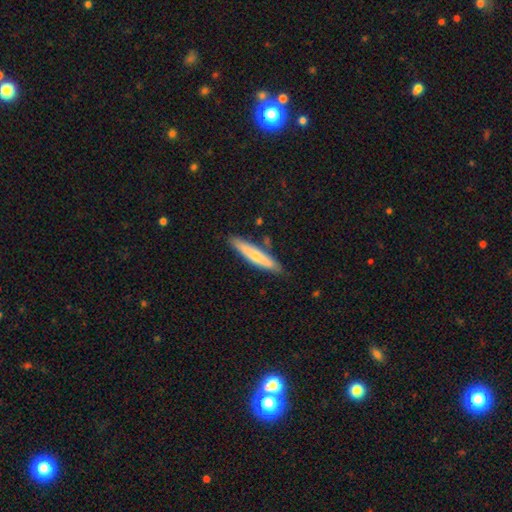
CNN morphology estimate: Smooth or featured: smooth — 63% (featured or disk — 32%)
How rounded: cigar-shaped — 89% (in between — 9%)
Merging: none — 81% (minor disturbance — 12%)